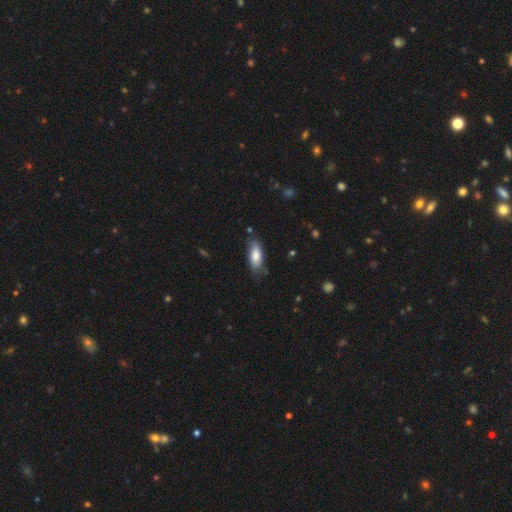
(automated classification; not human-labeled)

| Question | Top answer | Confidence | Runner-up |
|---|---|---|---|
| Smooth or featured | smooth | 79% | featured or disk (15%) |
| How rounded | in between | 76% | cigar-shaped (22%) |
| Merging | none | 73% | minor disturbance (21%) |